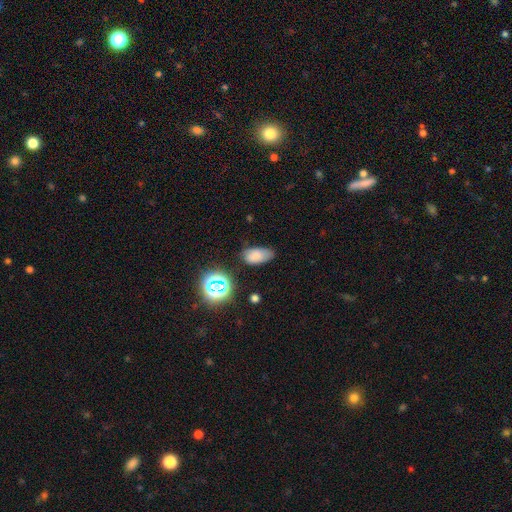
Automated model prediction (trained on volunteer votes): smooth-or-featured: smooth: 75% | star or artifact: 16% | featured or disk: 9%
  how-rounded: in between: 91% | round: 7% | cigar-shaped: 3%
  merging: none: 64% | minor disturbance: 26% | major disturbance: 7% | merger: 3%